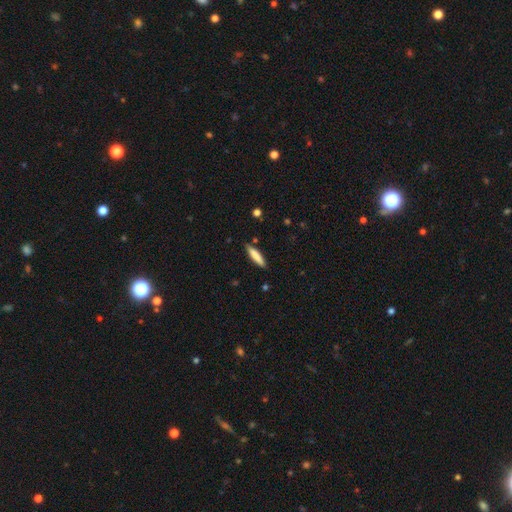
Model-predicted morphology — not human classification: This is likely a smooth galaxy (80%). How rounded: clearly cigar-shaped (82%). Merging: clearly none (86%).